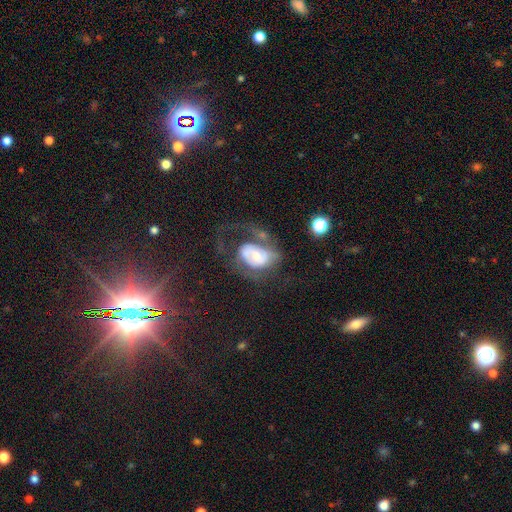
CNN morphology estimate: type=featured or disk (61%); edge-on=no (96%); bar=no (68%); spiral arms=yes (64%); bulge=moderate (39%); merging=major disturbance (51%).